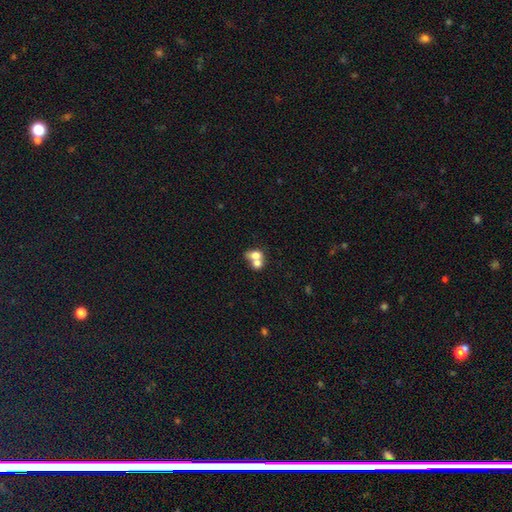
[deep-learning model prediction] Smooth or featured: smooth — 70% (featured or disk — 21%)
How rounded: in between — 59% (round — 39%)
Merging: merger — 70% (none — 20%)